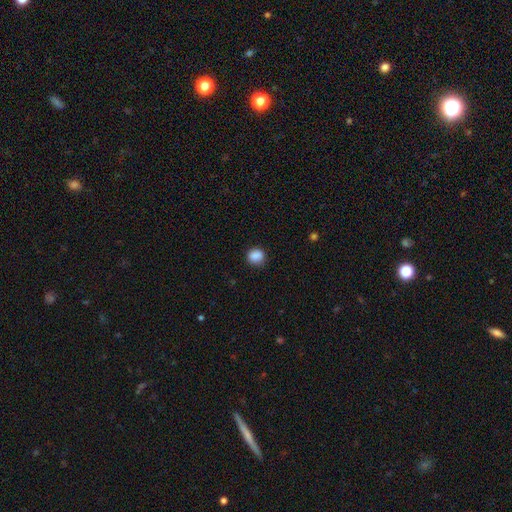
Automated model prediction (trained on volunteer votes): Overall: smooth (87%). How rounded: round (76%). Merging: none (81%).